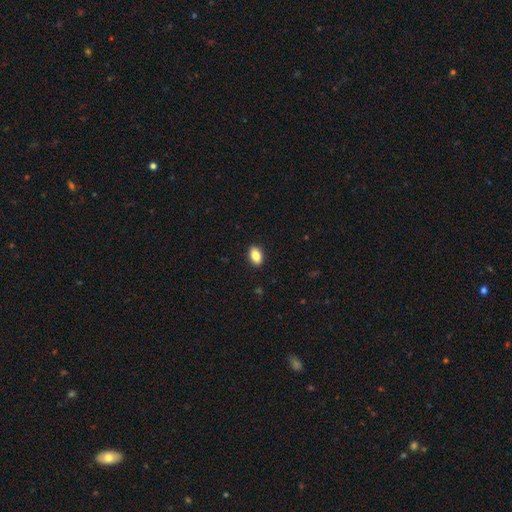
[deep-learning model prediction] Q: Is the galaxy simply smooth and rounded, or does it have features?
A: smooth — 83%.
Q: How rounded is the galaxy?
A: in between — 88%.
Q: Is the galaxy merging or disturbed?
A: none — 90%.